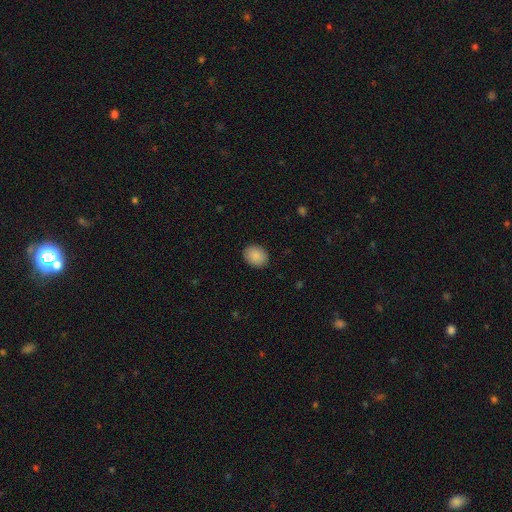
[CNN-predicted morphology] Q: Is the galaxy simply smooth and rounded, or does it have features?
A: smooth — 89%.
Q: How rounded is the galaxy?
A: in between — 51%.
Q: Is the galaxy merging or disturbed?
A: none — 89%.